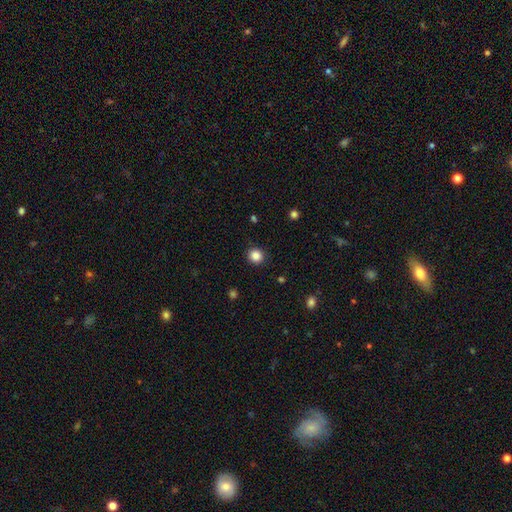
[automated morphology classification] smooth-or-featured: smooth: 86% | star or artifact: 11% | featured or disk: 3%
  how-rounded: round: 91% | in between: 8% | cigar-shaped: 1%
  merging: none: 91% | minor disturbance: 6% | major disturbance: 2% | merger: 1%